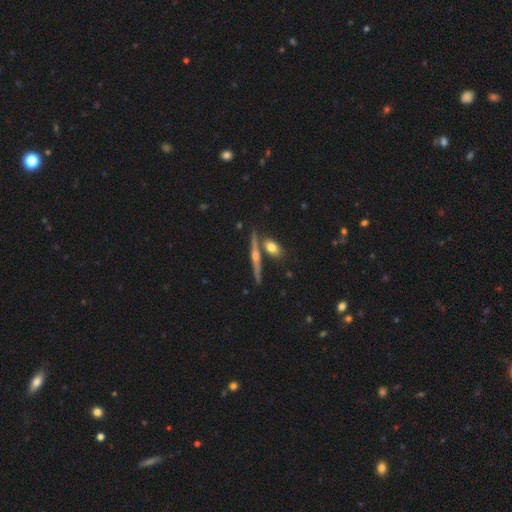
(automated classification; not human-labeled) The model was most divided on "smooth or featured": featured or disk: 73%, smooth: 19%, star or artifact: 8%. More confident: edge-on disk — yes (96%); edge-on bulge — rounded (84%); merging — none (77%).